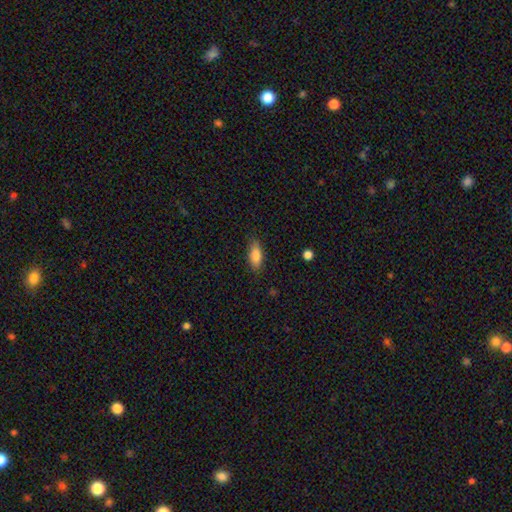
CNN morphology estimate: Smooth or featured? Predicted: smooth (p=0.84). How rounded? Predicted: in between (p=0.79). Merging? Predicted: none (p=0.84).